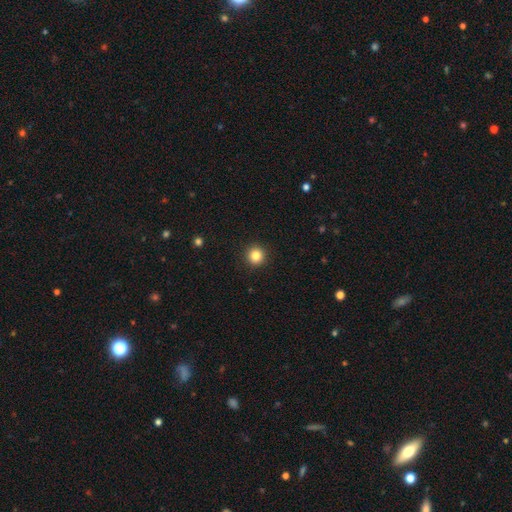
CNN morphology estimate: A smooth galaxy with no disk features (84%) that is round (96%).

Vote fractions:
- Smooth or featured? smooth: 84% / star or artifact: 11% / featured or disk: 5%
- How rounded? round: 96% / in between: 3% / cigar-shaped: 1%
- Merging? none: 93% / minor disturbance: 4% / major disturbance: 2% / merger: 1%